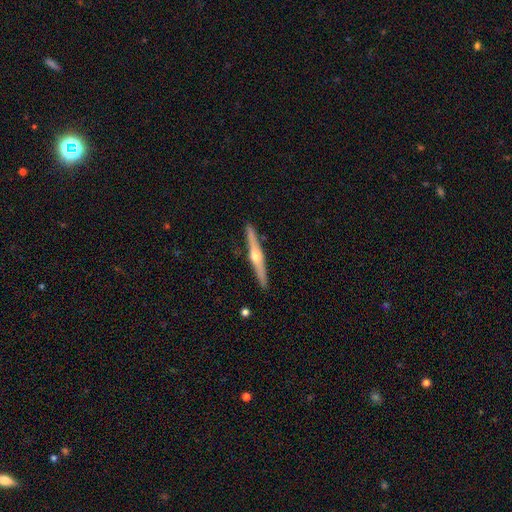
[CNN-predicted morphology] smooth-or-featured: featured or disk: 74% | smooth: 21% | star or artifact: 5%
  disk-edge-on: yes: 98% | no: 2%
    edge-on-bulge: rounded: 94% | none: 4% | boxy: 3%
  merging: none: 91% | minor disturbance: 6% | merger: 1% | major disturbance: 1%